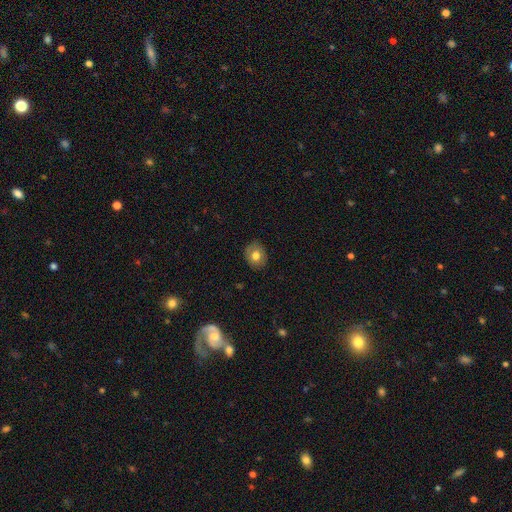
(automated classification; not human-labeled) smooth-or-featured: smooth: 74% | featured or disk: 18% | star or artifact: 9%
  how-rounded: round: 61% | in between: 38% | cigar-shaped: 1%
  merging: none: 85% | minor disturbance: 12% | major disturbance: 2% | merger: 1%